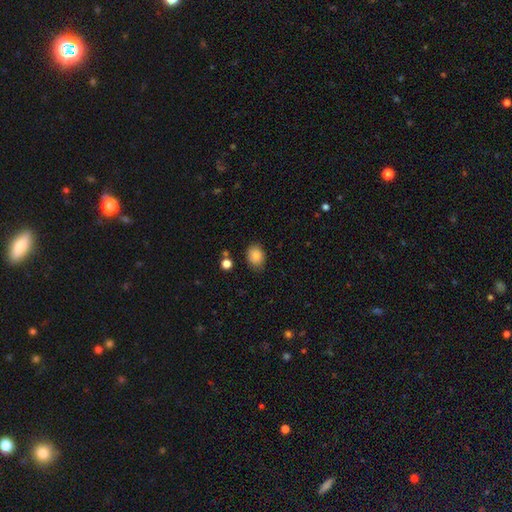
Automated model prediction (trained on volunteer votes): smooth-or-featured: smooth: 85% | star or artifact: 9% | featured or disk: 6%
  how-rounded: in between: 57% | round: 42% | cigar-shaped: 1%
  merging: none: 79% | minor disturbance: 16% | major disturbance: 3% | merger: 2%